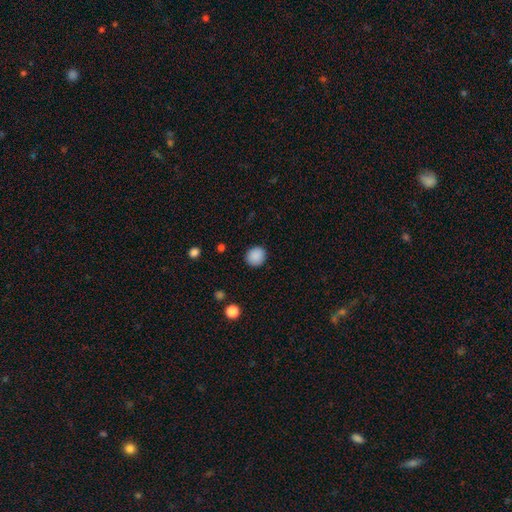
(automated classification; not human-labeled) Q: Smooth or featured?
A: smooth (89%); runner-up: star or artifact (9%)
Q: How rounded?
A: round (88%); runner-up: in between (11%)
Q: Merging?
A: none (90%); runner-up: minor disturbance (7%)